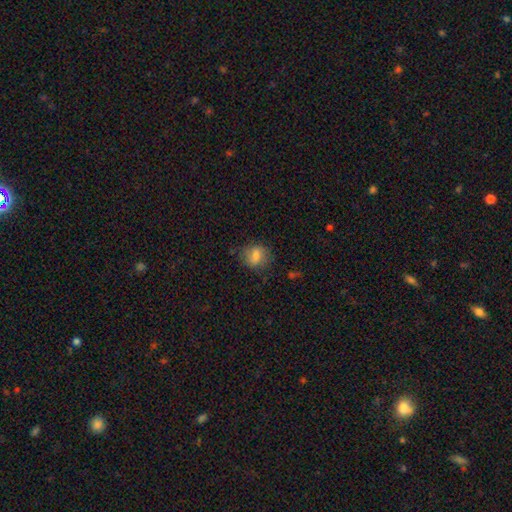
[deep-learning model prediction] smooth-or-featured: smooth: 74% | featured or disk: 17% | star or artifact: 9%
  how-rounded: round: 55% | in between: 43% | cigar-shaped: 2%
  merging: none: 67% | minor disturbance: 22% | major disturbance: 9% | merger: 2%